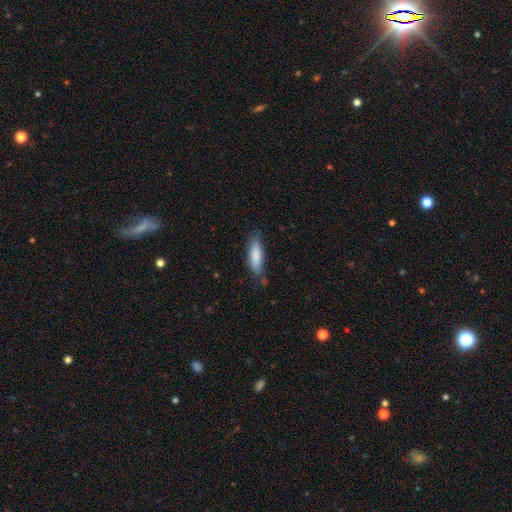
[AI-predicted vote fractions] Smooth or featured? Predicted: smooth (p=0.83). How rounded? Predicted: in between (p=0.49, tied with cigar-shaped). Merging? Predicted: none (p=0.65).